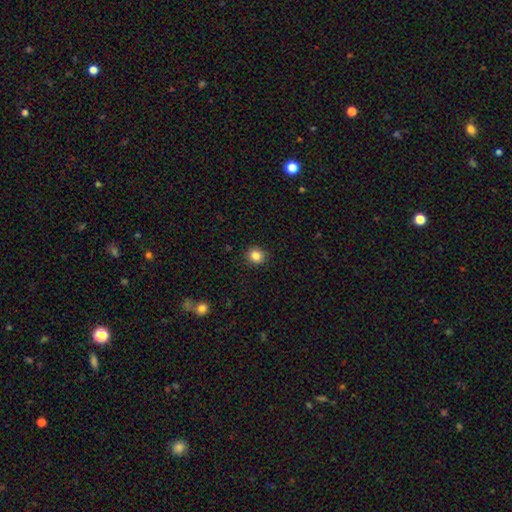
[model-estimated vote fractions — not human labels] Morphology: type=smooth (85%); roundness=round (86%); merging=none (90%).